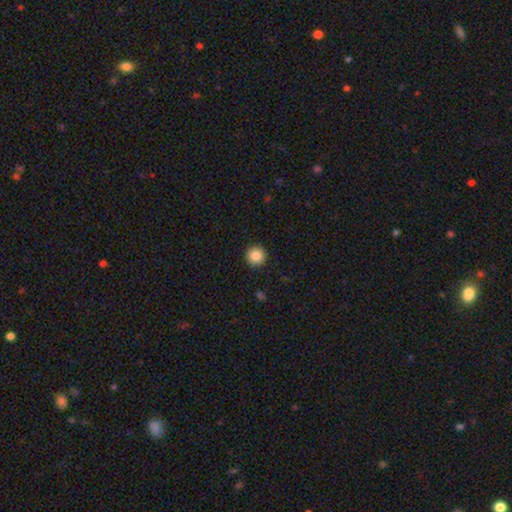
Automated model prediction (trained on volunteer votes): Smooth or featured: smooth — 85% (star or artifact — 9%)
How rounded: round — 96% (in between — 3%)
Merging: none — 93% (minor disturbance — 5%)